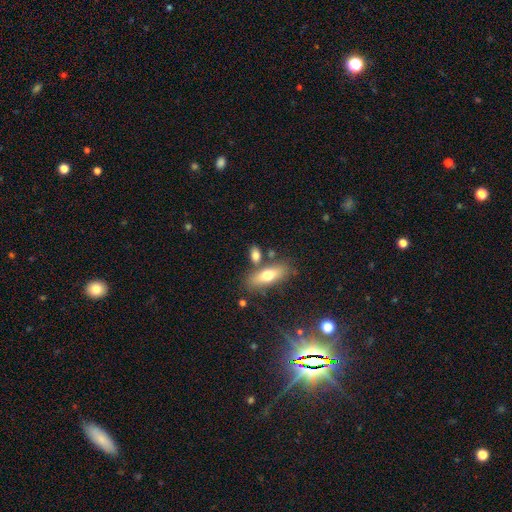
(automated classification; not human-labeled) This is likely a smooth galaxy (73%). How rounded: likely in between (67%). Merging: likely none (66%).